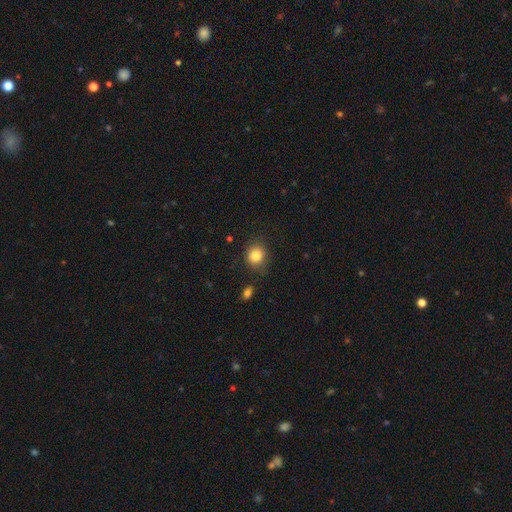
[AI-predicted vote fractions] This is clearly a smooth galaxy (84%). How rounded: likely round (76%). Merging: clearly none (81%).